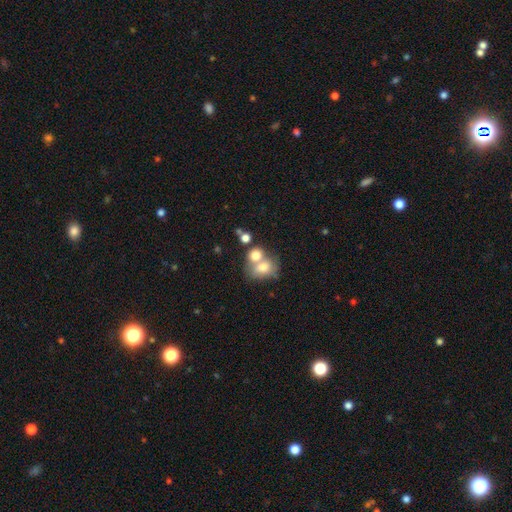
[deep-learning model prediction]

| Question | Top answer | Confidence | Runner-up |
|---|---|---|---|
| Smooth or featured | smooth | 73% | featured or disk (18%) |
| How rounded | in between | 53% | round (46%) |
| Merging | merger | 60% | none (26%) |